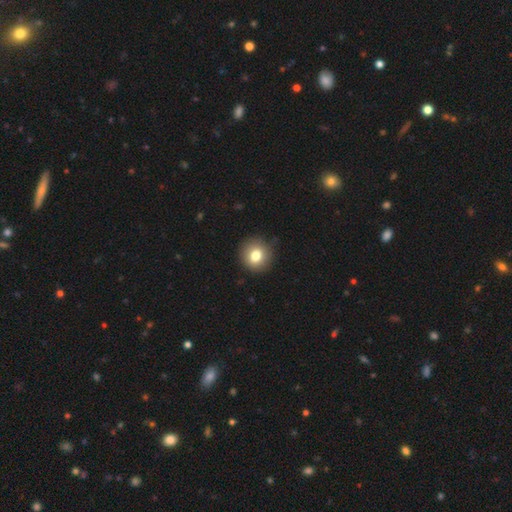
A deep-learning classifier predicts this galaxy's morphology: type=smooth (80%); roundness=round (89%); merging=none (89%).